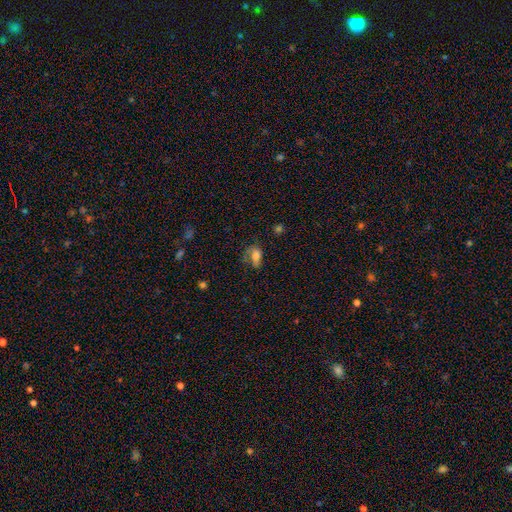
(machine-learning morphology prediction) A smooth galaxy with no disk features (72%) that is in between round and cigar-shaped (86%). Merging: none (41%).